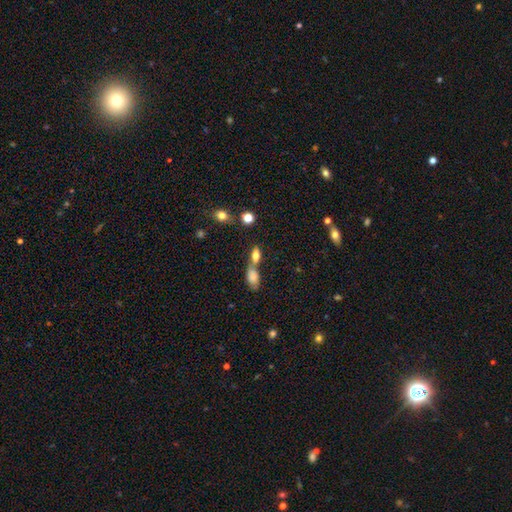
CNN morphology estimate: This is likely a smooth galaxy (72%). How rounded: likely in between (74%). Merging: possibly merger (49%).